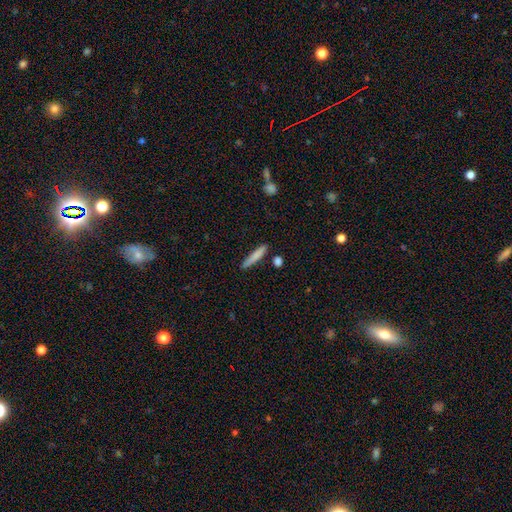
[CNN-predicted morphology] type=smooth (79%); roundness=cigar-shaped (92%); merging=none (82%).